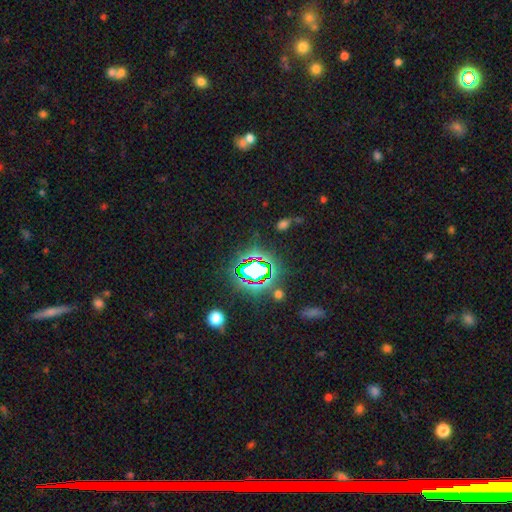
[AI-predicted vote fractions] A star or artifact, not a galaxy (78%).

Vote fractions:
- Smooth or featured? star or artifact: 78% / smooth: 14% / featured or disk: 8%